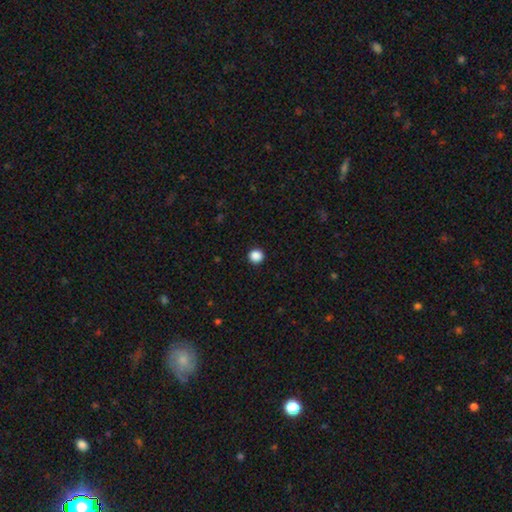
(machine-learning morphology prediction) smooth_or_featured: smooth (p=0.88) [alt: star or artifact p=0.10]
how_rounded: round (p=0.94) [alt: in between p=0.05]
merging: none (p=0.93) [alt: minor disturbance p=0.04]